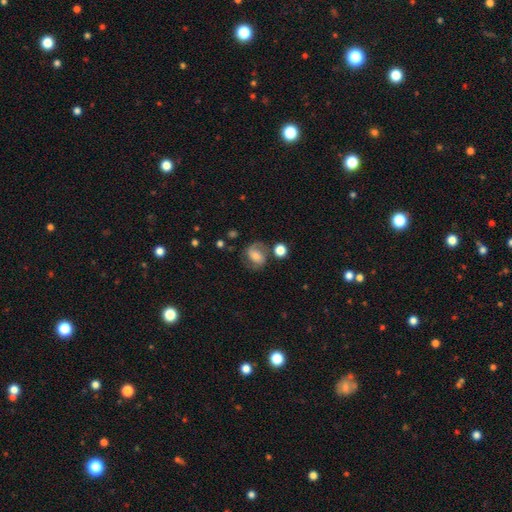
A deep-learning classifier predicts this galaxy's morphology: A featured or disk galaxy (62%) with no bar (47%), 2 (85%) medium (50%) spiral arms (89%) and a moderate central bulge (49%).

Vote fractions:
- Smooth or featured? featured or disk: 62% / smooth: 28% / star or artifact: 9%
- Edge-on disk? no: 97% / yes: 3%
- Bar? no: 47% / weak: 38% / strong: 15%
- Spiral arms? yes: 89% / no: 11%
- Spiral winding? medium: 50% / loose: 28% / tight: 22%
- Spiral arm count? 2: 85% / can't tell: 7% / 1: 5% / 3: 1% / 4: 1% / more than 4: 1%
- Bulge size? moderate: 49% / small: 38% / large: 8% / none: 4% / dominant: 2%
- Merging? none: 64% / minor disturbance: 18% / major disturbance: 10% / merger: 8%